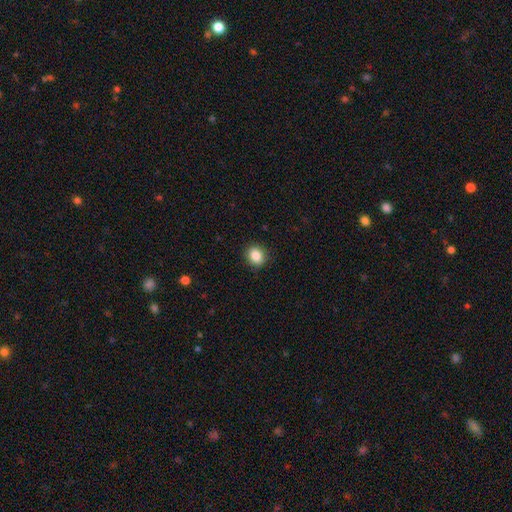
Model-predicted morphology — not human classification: Smooth or featured? smooth (86%)
How rounded? round (66%)
Merging? none (89%)